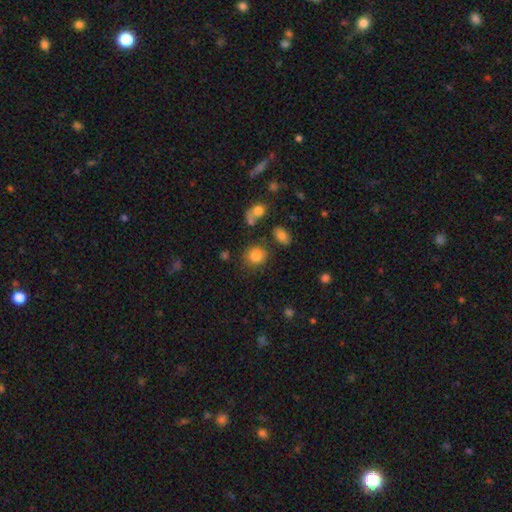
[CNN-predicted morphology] A smooth galaxy with no disk features (82%) that is round (83%). Merging: none (77%).